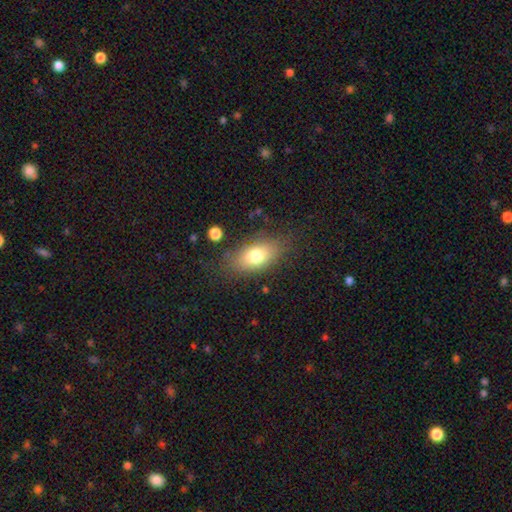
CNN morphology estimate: Smooth or featured?
  - smooth: 75% *
  - featured or disk: 16%
  - star or artifact: 9%
How rounded?
  - in between: 86% *
  - round: 9%
  - cigar-shaped: 5%
Merging?
  - none: 78% *
  - minor disturbance: 14%
  - major disturbance: 6%
  - merger: 2%